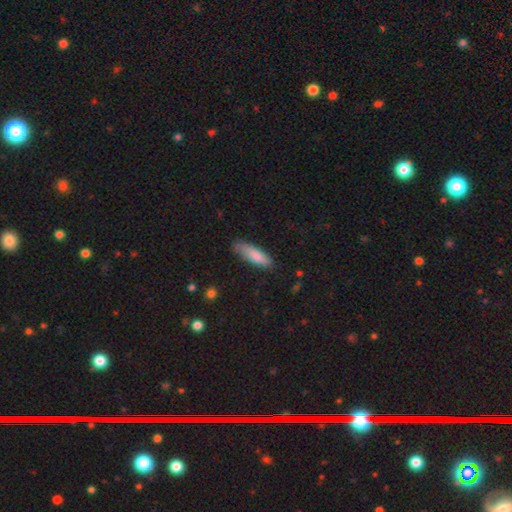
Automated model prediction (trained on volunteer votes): This is clearly a smooth galaxy (83%). How rounded: possibly cigar-shaped (55%). Merging: likely none (69%).